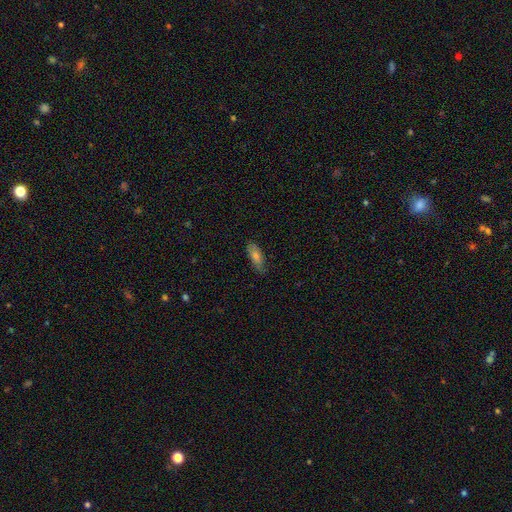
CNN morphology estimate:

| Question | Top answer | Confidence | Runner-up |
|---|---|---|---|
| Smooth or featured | smooth | 68% | featured or disk (23%) |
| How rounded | in between | 65% | cigar-shaped (32%) |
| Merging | none | 81% | minor disturbance (15%) |